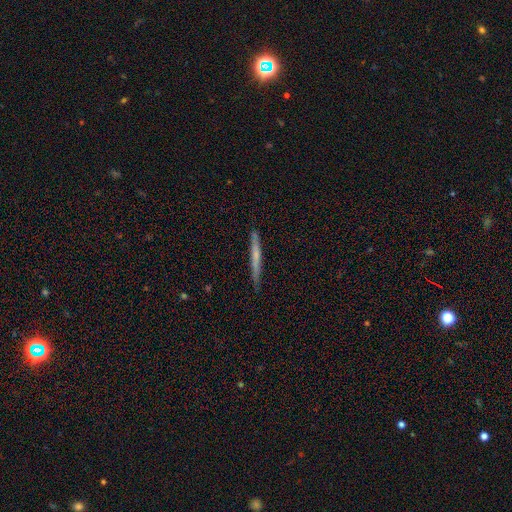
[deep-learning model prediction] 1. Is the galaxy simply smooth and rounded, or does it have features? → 49% smooth, 45% featured or disk, 6% star or artifact.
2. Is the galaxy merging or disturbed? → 87% none, 10% minor disturbance, 2% major disturbance, 1% merger.